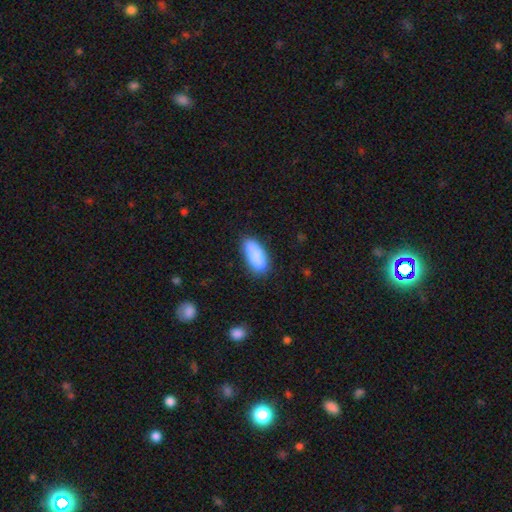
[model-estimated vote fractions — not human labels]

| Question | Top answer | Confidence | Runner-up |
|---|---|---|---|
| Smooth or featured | smooth | 85% | featured or disk (9%) |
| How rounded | in between | 68% | cigar-shaped (30%) |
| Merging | none | 72% | minor disturbance (20%) |